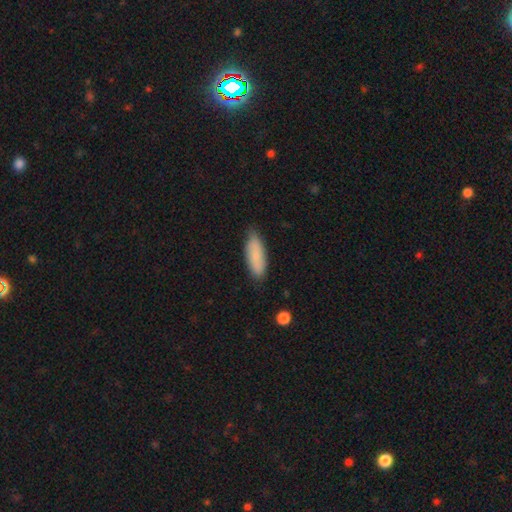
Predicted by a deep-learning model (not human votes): Q: Smooth or featured?
A: smooth (82%); runner-up: featured or disk (12%)
Q: How rounded?
A: in between (61%); runner-up: cigar-shaped (37%)
Q: Merging?
A: none (82%); runner-up: minor disturbance (15%)